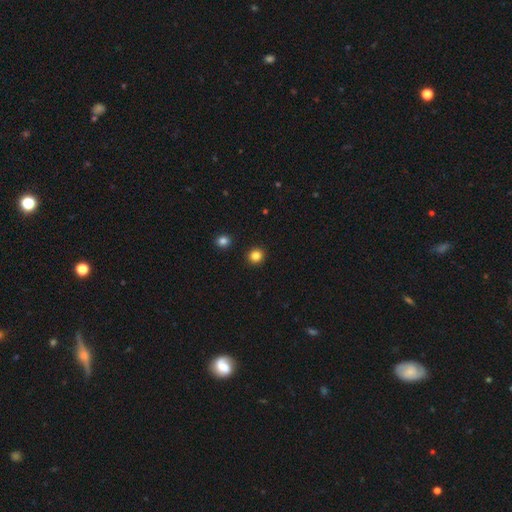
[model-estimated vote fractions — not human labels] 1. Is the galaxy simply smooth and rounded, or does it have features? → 84% smooth, 12% star or artifact, 4% featured or disk.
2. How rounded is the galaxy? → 91% round, 8% in between, 1% cigar-shaped.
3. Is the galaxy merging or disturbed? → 93% none, 4% minor disturbance, 2% merger, 2% major disturbance.